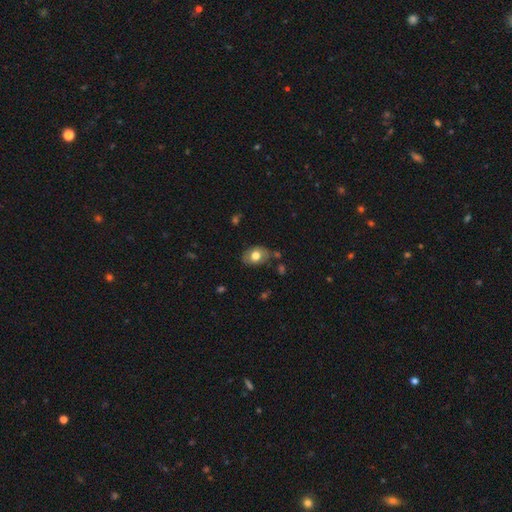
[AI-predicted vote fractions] Smooth or featured? Predicted: smooth (p=0.73). How rounded? Predicted: in between (p=0.74). Merging? Predicted: none (p=0.74).